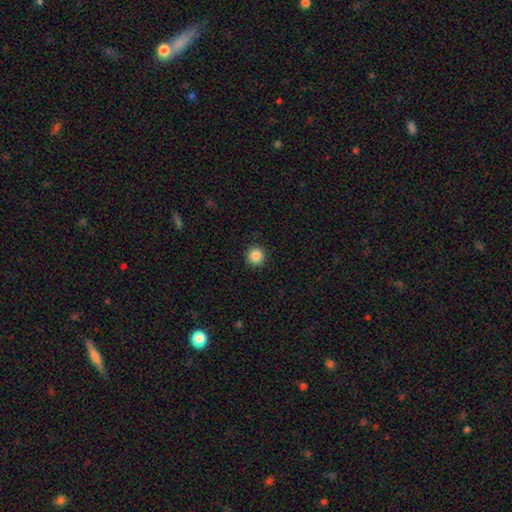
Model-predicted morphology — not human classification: Smooth or featured?
  - smooth: 87% *
  - star or artifact: 10%
  - featured or disk: 3%
How rounded?
  - round: 95% *
  - in between: 4%
  - cigar-shaped: 1%
Merging?
  - none: 92% *
  - minor disturbance: 5%
  - major disturbance: 2%
  - merger: 1%